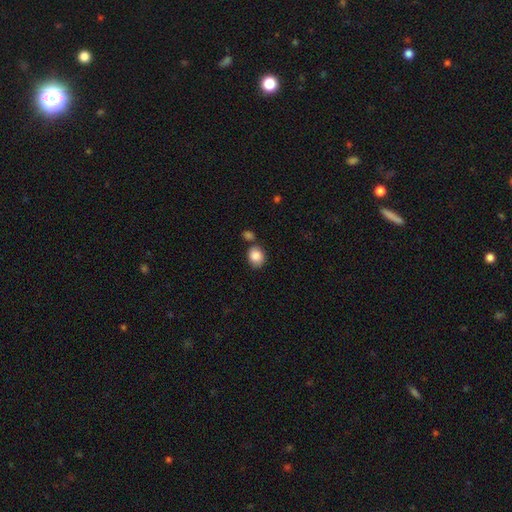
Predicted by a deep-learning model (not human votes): A smooth galaxy with no disk features (88%) that is round (55%).

Vote fractions:
- Smooth or featured? smooth: 88% / star or artifact: 8% / featured or disk: 5%
- How rounded? round: 55% / in between: 44% / cigar-shaped: 1%
- Merging? none: 65% / merger: 16% / minor disturbance: 14% / major disturbance: 4%